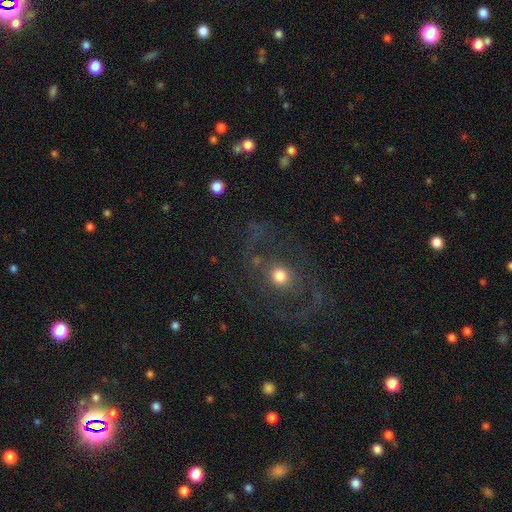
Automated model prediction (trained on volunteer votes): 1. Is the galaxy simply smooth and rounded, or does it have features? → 52% featured or disk, 25% star or artifact, 23% smooth.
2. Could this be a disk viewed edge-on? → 93% no, 7% yes.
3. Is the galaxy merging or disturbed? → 73% none, 13% minor disturbance, 12% major disturbance, 3% merger.